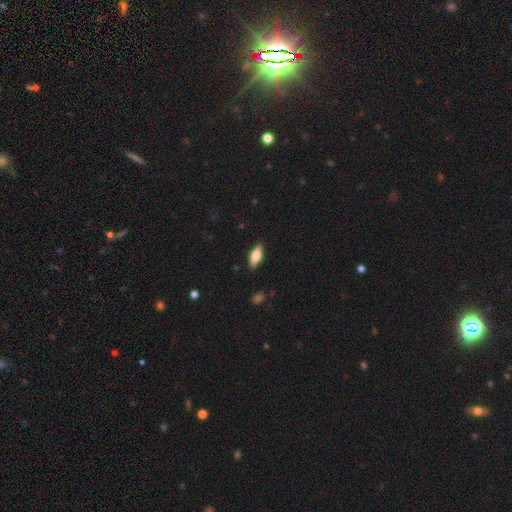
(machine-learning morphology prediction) Smooth or featured? Predicted: smooth (p=0.62). How rounded? Predicted: in between (p=0.69). Merging? Predicted: none (p=0.87).